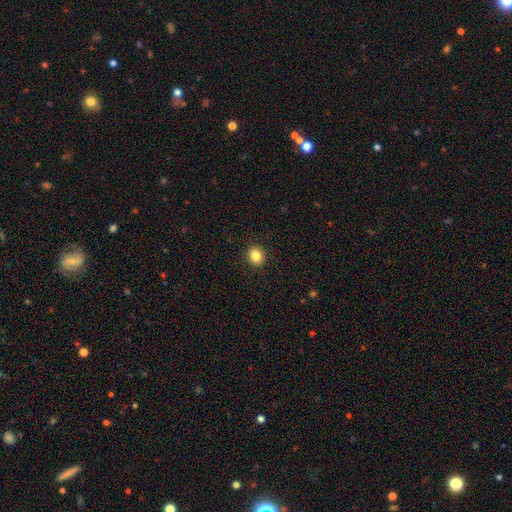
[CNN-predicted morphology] Smooth or featured?
  - smooth: 85% *
  - star or artifact: 10%
  - featured or disk: 5%
How rounded?
  - round: 73% *
  - in between: 26%
  - cigar-shaped: 1%
Merging?
  - none: 92% *
  - minor disturbance: 6%
  - major disturbance: 2%
  - merger: 1%